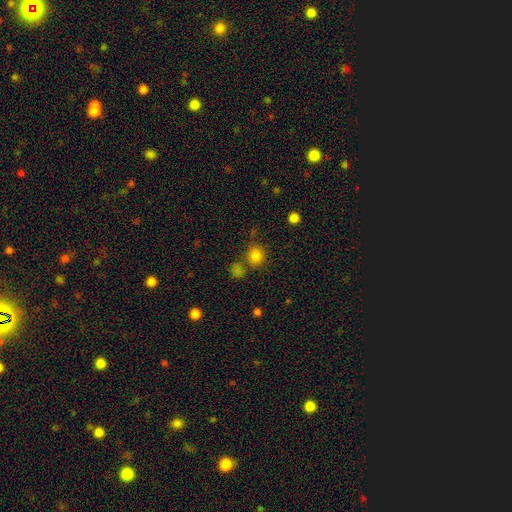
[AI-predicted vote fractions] Morphology: type=smooth (80%); roundness=round (83%); merging=none (69%).